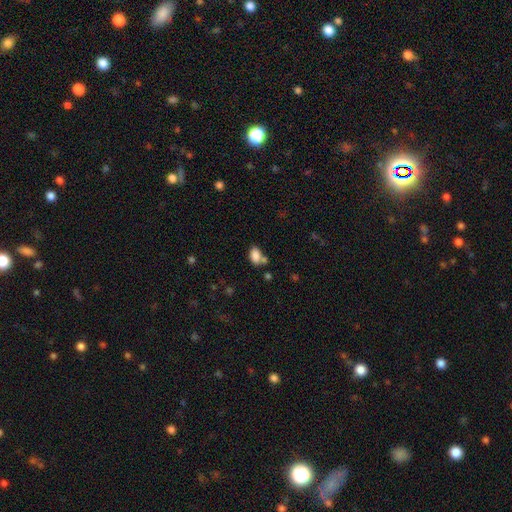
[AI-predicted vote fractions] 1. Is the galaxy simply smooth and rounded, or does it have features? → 84% smooth, 9% star or artifact, 7% featured or disk.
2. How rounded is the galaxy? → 90% in between, 8% round, 2% cigar-shaped.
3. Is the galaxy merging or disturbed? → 55% none, 25% merger, 15% minor disturbance, 5% major disturbance.